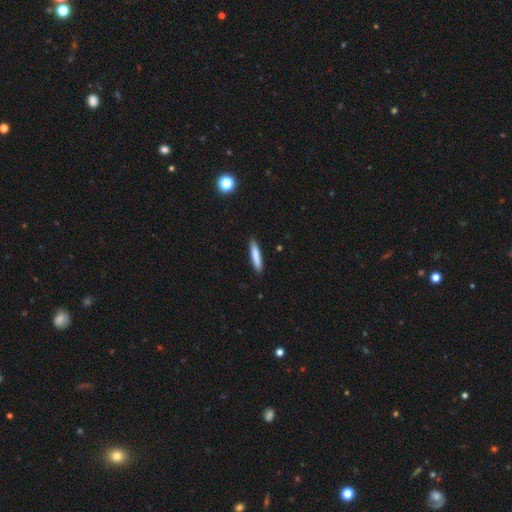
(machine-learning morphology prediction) This is clearly a smooth galaxy (82%). How rounded: clearly cigar-shaped (88%). Merging: clearly none (89%).